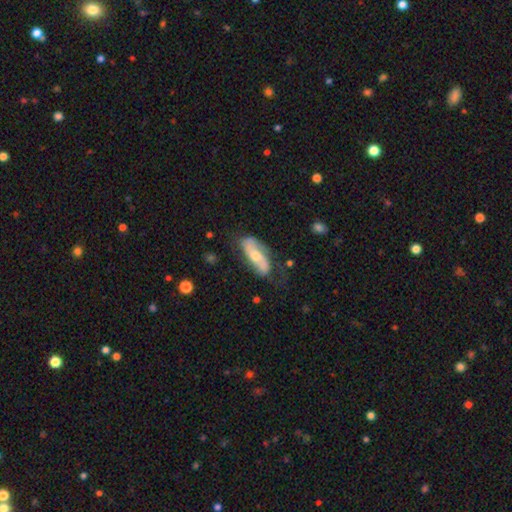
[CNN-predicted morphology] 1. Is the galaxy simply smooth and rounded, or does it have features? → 64% featured or disk, 30% smooth, 6% star or artifact.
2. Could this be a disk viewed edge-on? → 86% no, 14% yes.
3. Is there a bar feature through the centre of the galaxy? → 55% no, 28% weak, 17% strong.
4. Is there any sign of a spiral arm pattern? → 83% yes, 17% no.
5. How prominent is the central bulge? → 65% moderate, 27% small, 6% large, 2% none, 1% dominant.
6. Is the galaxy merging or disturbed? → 60% none, 26% minor disturbance, 12% major disturbance, 3% merger.